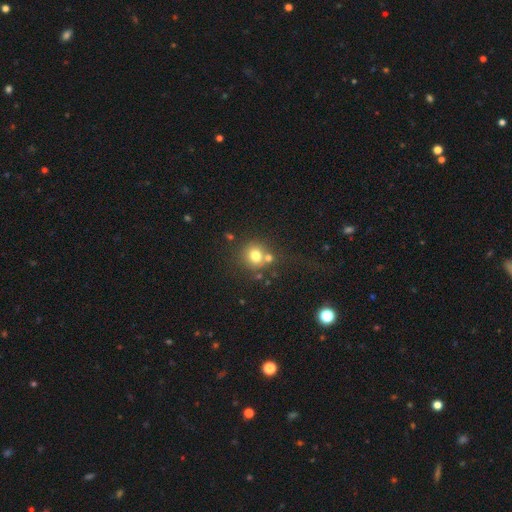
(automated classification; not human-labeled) Morphology: type=smooth (75%); roundness=round (88%); merging=none (62%).